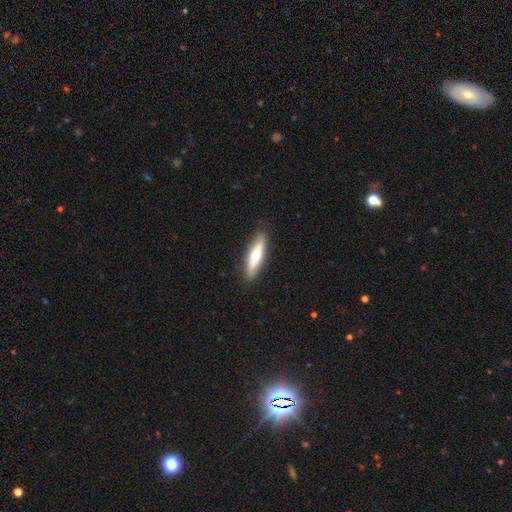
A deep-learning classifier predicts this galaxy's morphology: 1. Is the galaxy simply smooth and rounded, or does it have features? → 55% smooth, 40% featured or disk, 6% star or artifact.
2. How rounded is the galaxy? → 69% cigar-shaped, 29% in between, 2% round.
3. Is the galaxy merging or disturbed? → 88% none, 9% minor disturbance, 2% major disturbance, 1% merger.